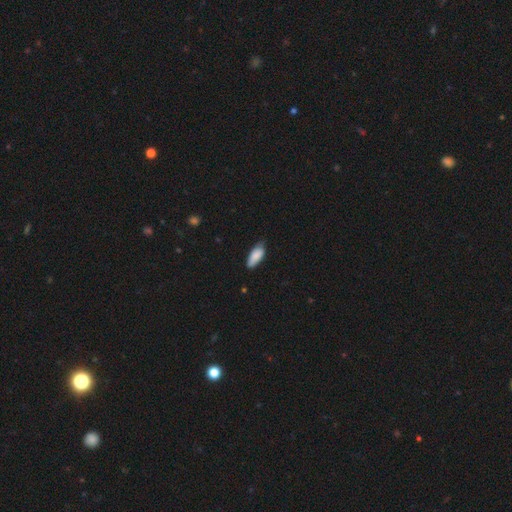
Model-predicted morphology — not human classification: This appears to be a smooth galaxy with no disk features (85%) that is in between round and cigar-shaped (80%). Merging: none (64%).